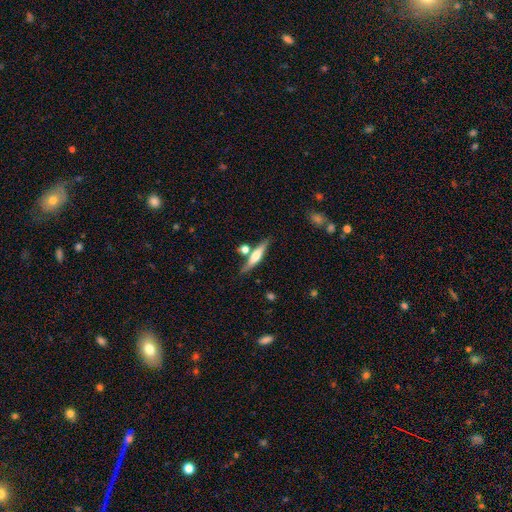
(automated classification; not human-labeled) The model was most divided on "smooth or featured": featured or disk: 49%, smooth: 44%, star or artifact: 7%. More confident: merging — none (70%).